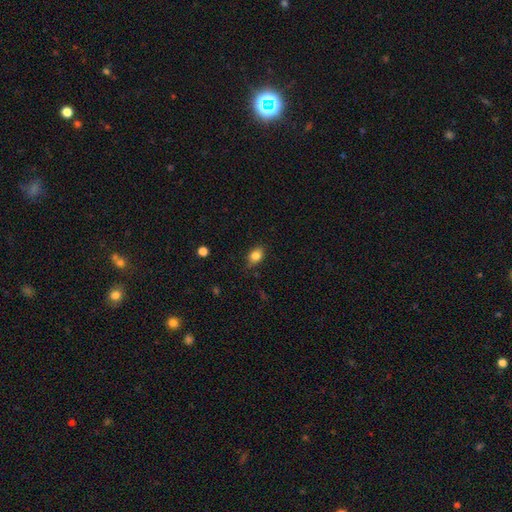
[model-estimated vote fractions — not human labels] This is clearly a smooth galaxy (83%). How rounded: likely in between (69%). Merging: likely none (79%).